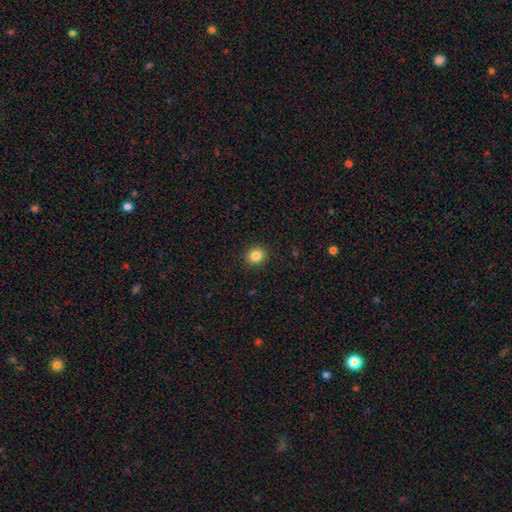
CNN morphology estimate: Smooth or featured: smooth — 85% (star or artifact — 11%)
How rounded: round — 85% (in between — 15%)
Merging: none — 92% (minor disturbance — 5%)